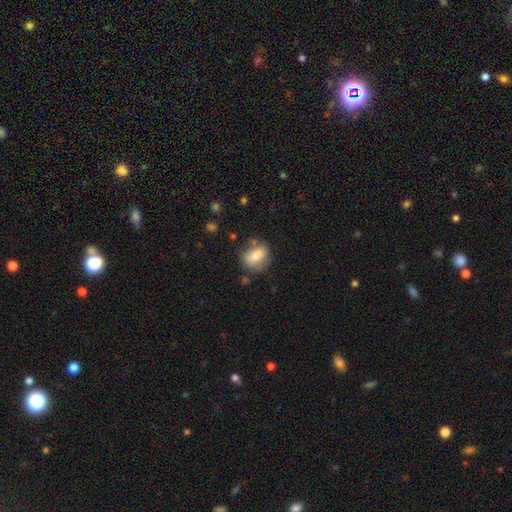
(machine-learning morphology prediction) A smooth galaxy with no disk features (75%) that is in between round and cigar-shaped (54%).

Vote fractions:
- Smooth or featured? smooth: 75% / featured or disk: 16% / star or artifact: 8%
- How rounded? in between: 54% / round: 43% / cigar-shaped: 2%
- Merging? none: 67% / minor disturbance: 20% / merger: 6% / major disturbance: 6%